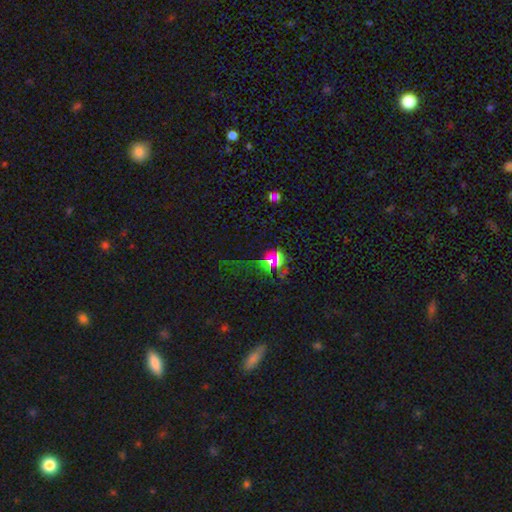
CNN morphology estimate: Smooth or featured: star or artifact — 68% (smooth — 21%)